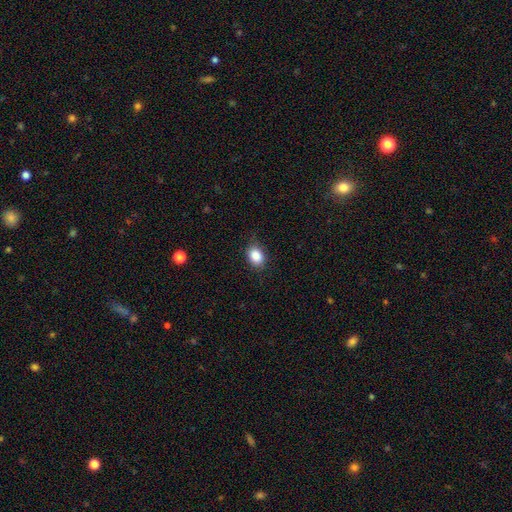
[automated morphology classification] Q: Smooth or featured?
A: smooth (87%); runner-up: star or artifact (8%)
Q: How rounded?
A: in between (67%); runner-up: round (31%)
Q: Merging?
A: none (78%); runner-up: minor disturbance (17%)